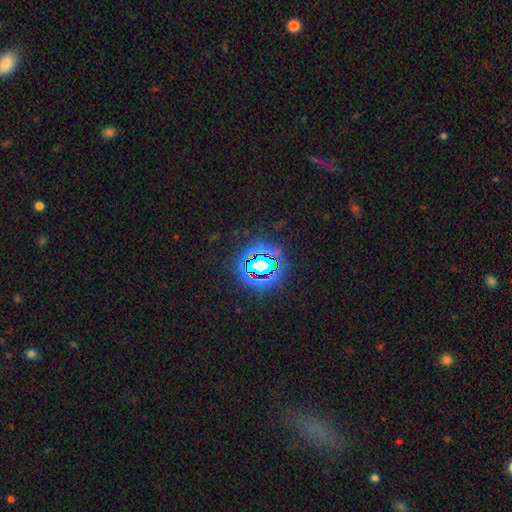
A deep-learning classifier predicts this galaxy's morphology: This appears to be a star or artifact, not a galaxy (76%).